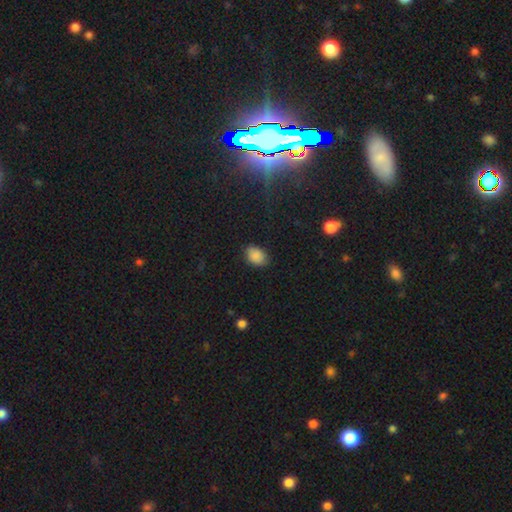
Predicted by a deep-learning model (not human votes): smooth_or_featured: smooth (p=0.86) [alt: star or artifact p=0.09]
how_rounded: in between (p=0.77) [alt: round p=0.22]
merging: none (p=0.80) [alt: minor disturbance p=0.15]